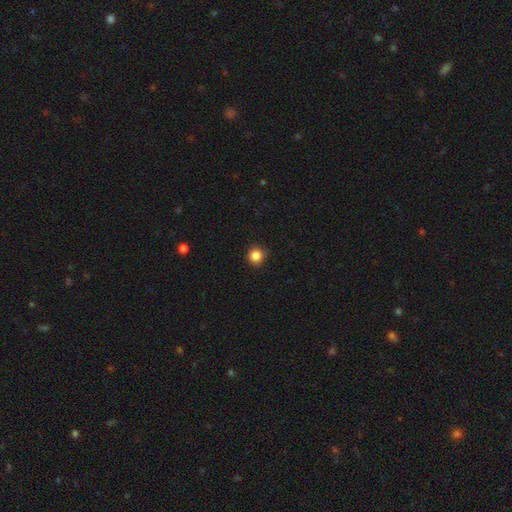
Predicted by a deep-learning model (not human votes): smooth-or-featured: smooth: 86% | star or artifact: 11% | featured or disk: 3%
  how-rounded: round: 94% | in between: 5% | cigar-shaped: 1%
  merging: none: 91% | minor disturbance: 7% | major disturbance: 2% | merger: 1%